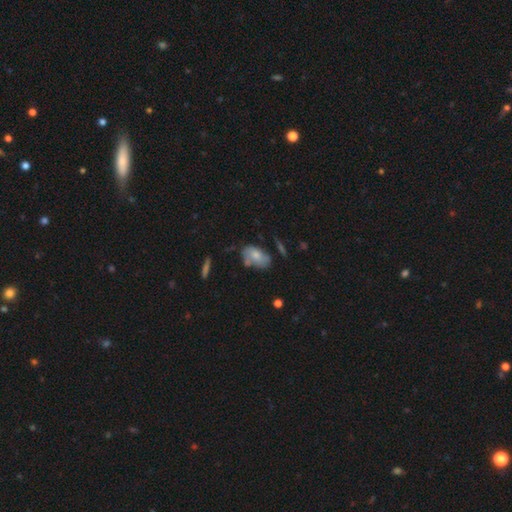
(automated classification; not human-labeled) smooth 67%, featured or disk 25%, star or artifact 7%. Down the decision tree: how rounded — in between (90%); merging — none (52%).